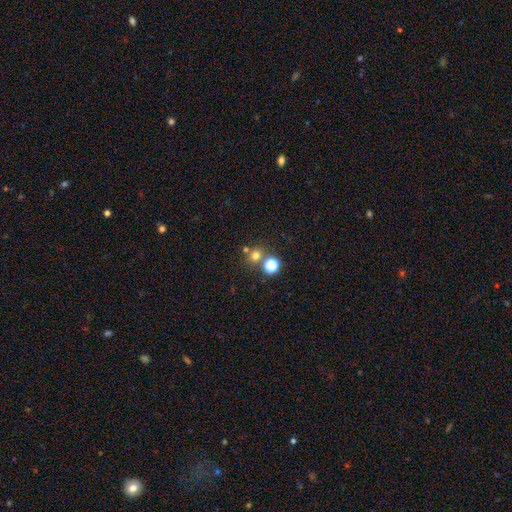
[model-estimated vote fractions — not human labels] Smooth or featured: smooth — 68% (star or artifact — 24%)
How rounded: round — 86% (in between — 13%)
Merging: none — 67% (merger — 22%)